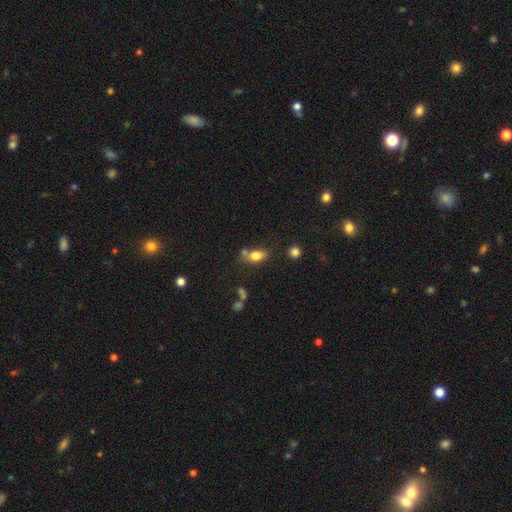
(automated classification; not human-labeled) This is likely a smooth galaxy (77%). How rounded: clearly in between (82%). Merging: possibly none (56%).